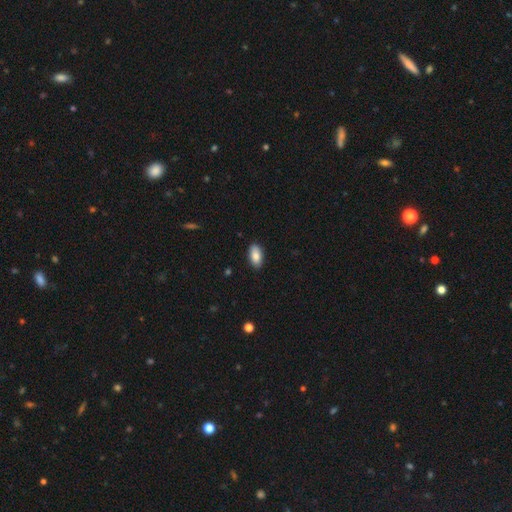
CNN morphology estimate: This appears to be a smooth galaxy with no disk features (86%) that is in between round and cigar-shaped (93%). Merging: none (89%).